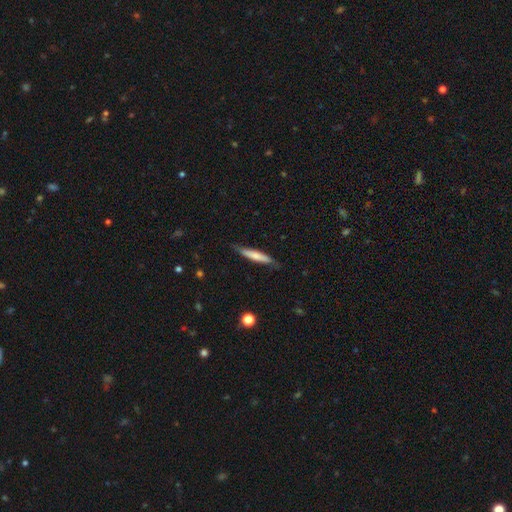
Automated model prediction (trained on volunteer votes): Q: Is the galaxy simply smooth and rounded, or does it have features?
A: smooth — 63%.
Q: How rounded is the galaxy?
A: cigar-shaped — 91%.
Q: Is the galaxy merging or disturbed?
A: none — 78%.